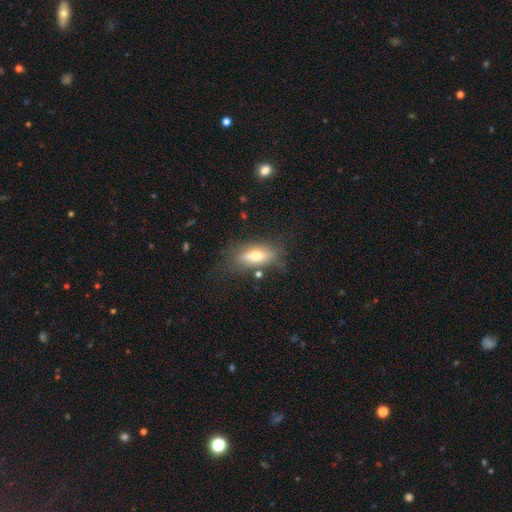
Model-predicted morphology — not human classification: A smooth galaxy with no disk features (64%) that is in between round and cigar-shaped (76%). Merging: none (68%).